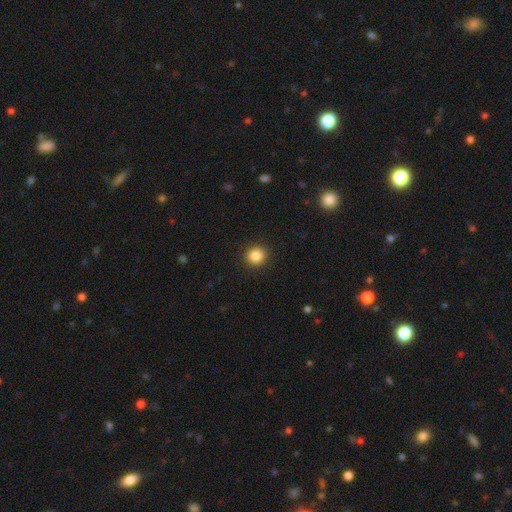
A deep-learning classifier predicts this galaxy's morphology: Smooth or featured?
  - smooth: 86% *
  - star or artifact: 10%
  - featured or disk: 3%
How rounded?
  - round: 91% *
  - in between: 8%
  - cigar-shaped: 1%
Merging?
  - none: 91% *
  - minor disturbance: 6%
  - major disturbance: 2%
  - merger: 1%